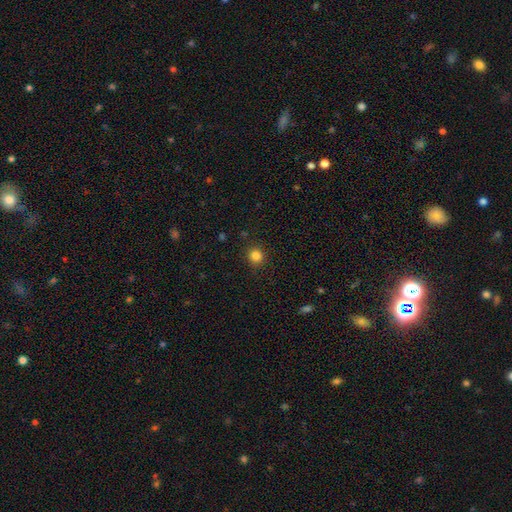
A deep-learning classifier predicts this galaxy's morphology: smooth-or-featured: smooth: 83% | star or artifact: 12% | featured or disk: 4%
  how-rounded: round: 88% | in between: 11% | cigar-shaped: 1%
  merging: none: 89% | minor disturbance: 7% | major disturbance: 2% | merger: 1%